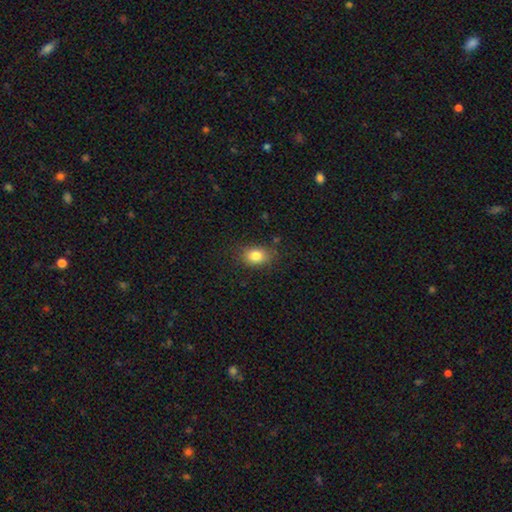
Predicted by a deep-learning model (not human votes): This is clearly a smooth galaxy (83%). How rounded: likely in between (71%). Merging: likely none (79%).